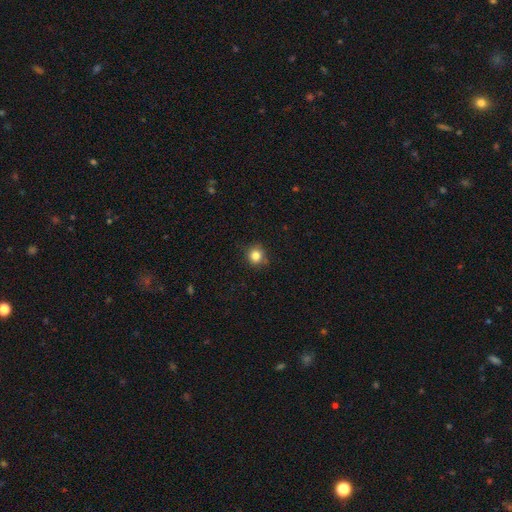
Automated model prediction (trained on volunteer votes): Q: Smooth or featured?
A: smooth (83%); runner-up: star or artifact (12%)
Q: How rounded?
A: round (90%); runner-up: in between (9%)
Q: Merging?
A: none (85%); runner-up: minor disturbance (11%)